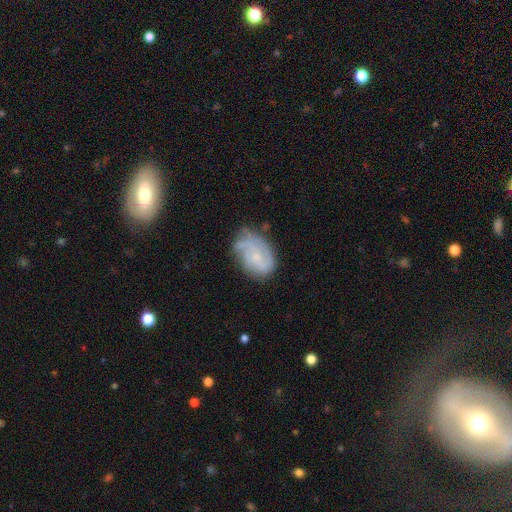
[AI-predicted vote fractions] This is likely a featured or disk galaxy (71%). It is clearly not viewed edge-on (97%). Bar: likely no (63%). Spiral arm pattern: clearly yes (89%). Spiral arm count: marginally can't tell (32%). Spiral winding: marginally tight (42%). Central bulge: possibly small (59%). Merging: possibly none (57%).